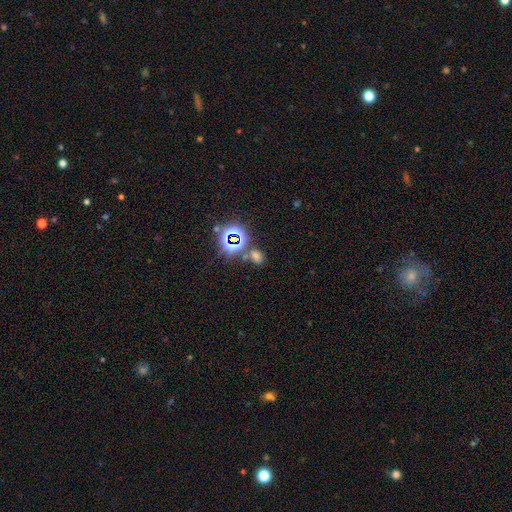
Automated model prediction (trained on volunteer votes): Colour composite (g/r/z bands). It shows a star or artifact, not a galaxy (50%).